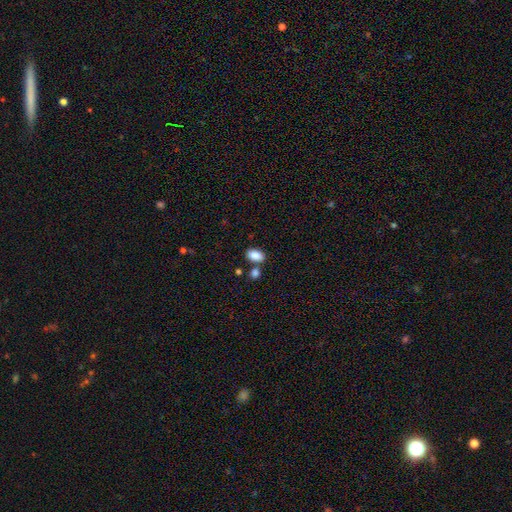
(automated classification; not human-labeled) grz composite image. It shows a smooth galaxy with no disk features (87%) that is in between round and cigar-shaped (90%). Merging: none (67%).